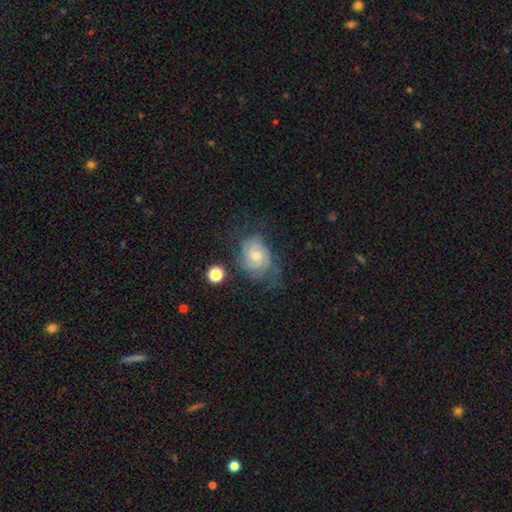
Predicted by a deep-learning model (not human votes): smooth-or-featured: featured or disk: 70% | smooth: 21% | star or artifact: 9%
  disk-edge-on: no: 97% | yes: 3%
    bar: no: 73% | weak: 23% | strong: 3%
    has-spiral-arms: yes: 90% | no: 10%
      spiral-winding: tight: 57% | medium: 32% | loose: 10%
      spiral-arm-count: can't tell: 37% | 2: 28% | 3: 19% | 4: 7% | 1: 5% | more than 4: 4%
    bulge-size: moderate: 53% | small: 41% | large: 3% | none: 2% | dominant: 1%
  merging: none: 57% | minor disturbance: 24% | major disturbance: 17% | merger: 3%